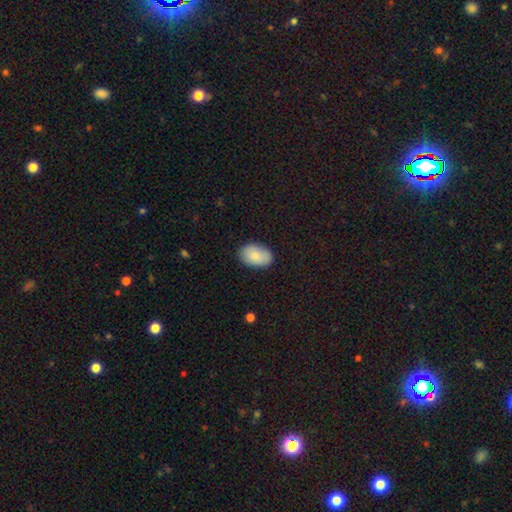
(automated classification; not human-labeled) Smooth or featured? smooth (85%)
How rounded? in between (89%)
Merging? none (84%)